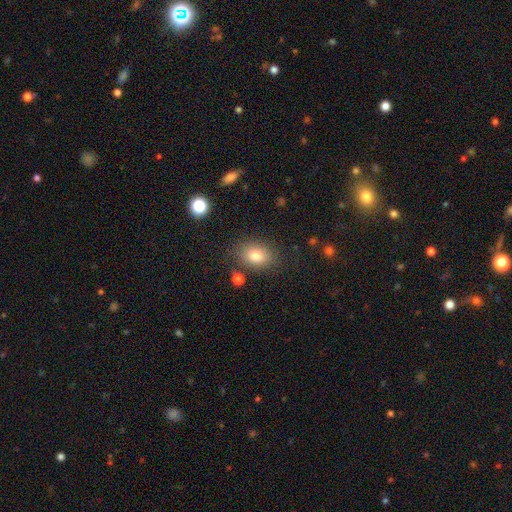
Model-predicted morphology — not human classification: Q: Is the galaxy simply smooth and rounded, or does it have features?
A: smooth — 79%.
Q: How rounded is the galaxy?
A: in between — 71%.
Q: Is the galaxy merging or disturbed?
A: none — 80%.